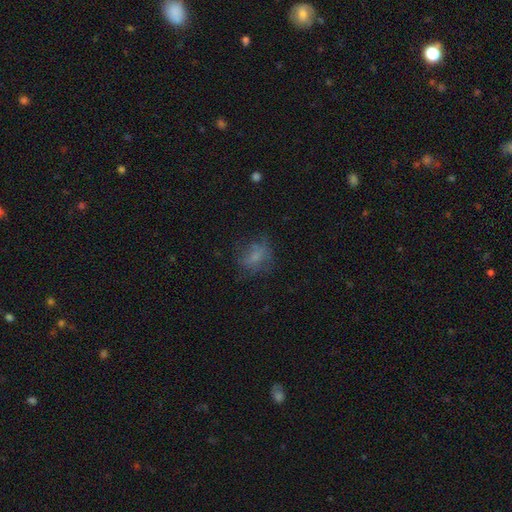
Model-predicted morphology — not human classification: The model was most divided on "how rounded": round: 51%, in between: 47%, cigar-shaped: 2%. More confident: merging — none (58%); smooth or featured — smooth (56%).